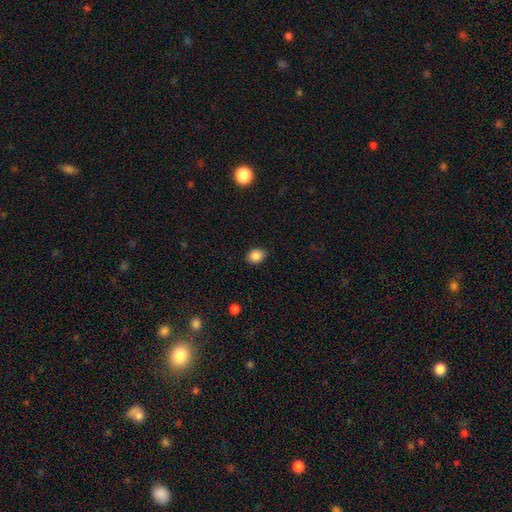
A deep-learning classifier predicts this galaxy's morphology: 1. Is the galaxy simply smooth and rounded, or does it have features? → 87% smooth, 9% star or artifact, 4% featured or disk.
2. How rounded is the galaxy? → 52% in between, 47% round, 1% cigar-shaped.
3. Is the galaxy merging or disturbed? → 85% none, 11% minor disturbance, 2% major disturbance, 1% merger.